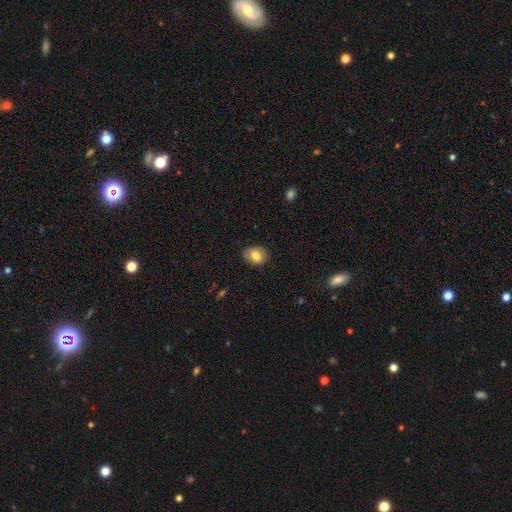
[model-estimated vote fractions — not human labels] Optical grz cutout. It shows a smooth galaxy with no disk features (80%) that is in between round and cigar-shaped (64%). Merging: none (80%).